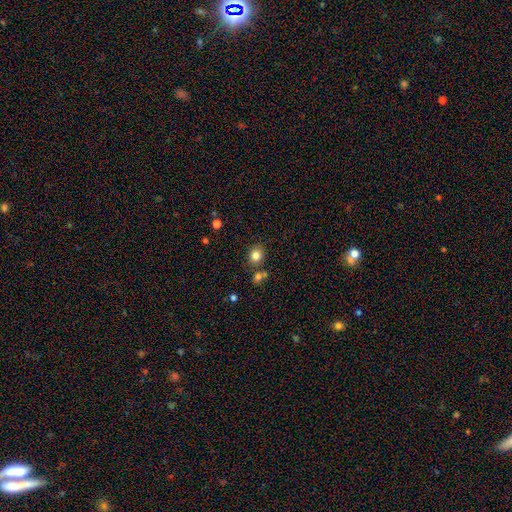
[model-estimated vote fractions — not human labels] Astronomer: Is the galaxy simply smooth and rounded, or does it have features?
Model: smooth — 81%.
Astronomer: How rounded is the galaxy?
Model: round — 69%.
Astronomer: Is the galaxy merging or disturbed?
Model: none — 72%.